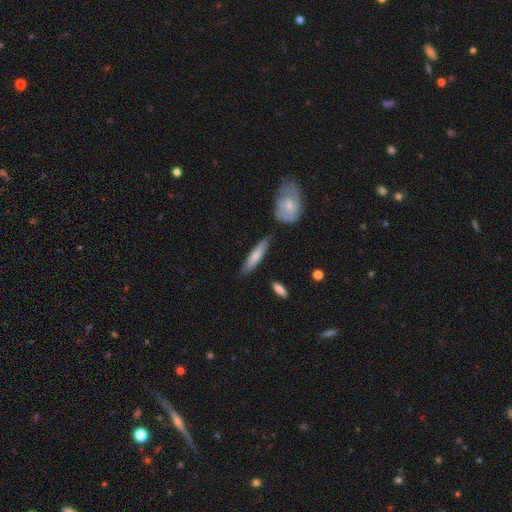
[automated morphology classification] The model was most divided on "smooth or featured": smooth: 71%, featured or disk: 24%, star or artifact: 5%. More confident: how rounded — cigar-shaped (82%); merging — none (76%).